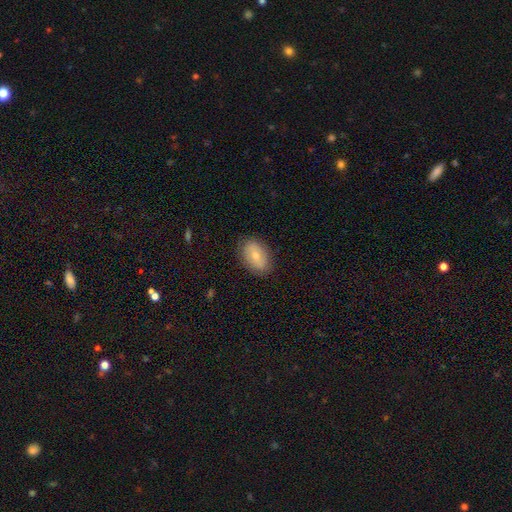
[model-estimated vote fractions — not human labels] Q: Smooth or featured?
A: smooth (64%); runner-up: featured or disk (29%)
Q: How rounded?
A: in between (85%); runner-up: round (14%)
Q: Merging?
A: none (83%); runner-up: minor disturbance (13%)